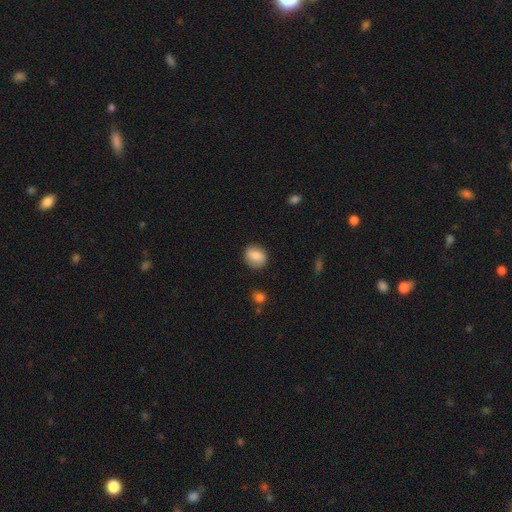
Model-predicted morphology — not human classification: A smooth galaxy with no disk features (77%) that is round (64%).

Vote fractions:
- Smooth or featured? smooth: 77% / featured or disk: 15% / star or artifact: 8%
- How rounded? round: 64% / in between: 35% / cigar-shaped: 1%
- Merging? none: 83% / minor disturbance: 13% / major disturbance: 3% / merger: 1%